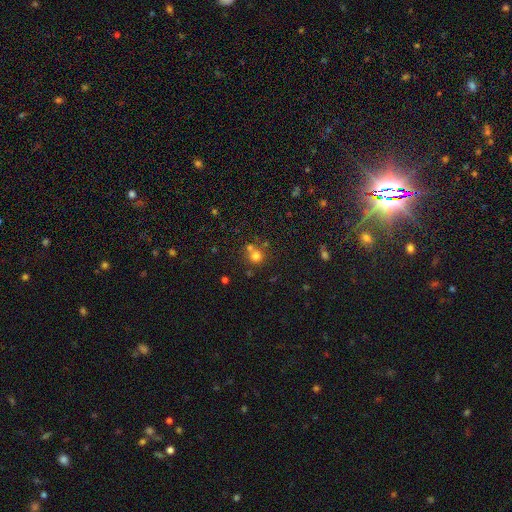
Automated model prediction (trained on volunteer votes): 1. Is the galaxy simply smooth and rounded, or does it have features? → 72% smooth, 18% star or artifact, 10% featured or disk.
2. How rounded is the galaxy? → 88% round, 11% in between, 1% cigar-shaped.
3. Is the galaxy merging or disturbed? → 56% none, 32% merger, 9% minor disturbance, 4% major disturbance.